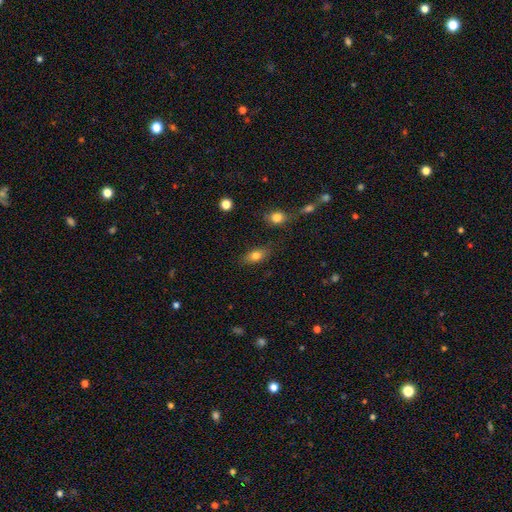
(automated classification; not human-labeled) The model was most divided on "smooth or featured": smooth: 78%, featured or disk: 13%, star or artifact: 9%. More confident: how rounded — in between (82%); merging — none (80%).